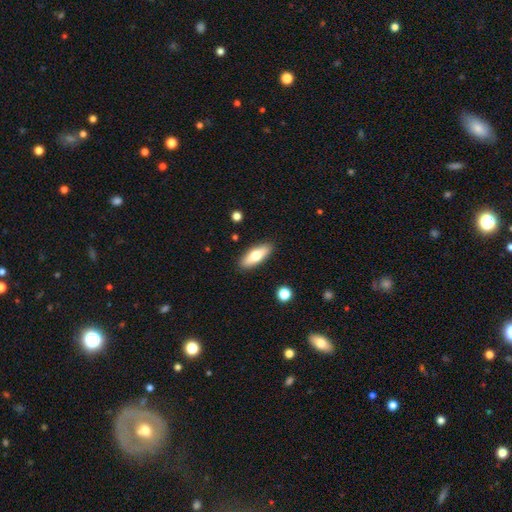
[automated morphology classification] A smooth galaxy with no disk features (66%) that is in between round and cigar-shaped (66%).

Vote fractions:
- Smooth or featured? smooth: 66% / featured or disk: 28% / star or artifact: 6%
- How rounded? in between: 66% / cigar-shaped: 32% / round: 3%
- Merging? none: 89% / minor disturbance: 8% / major disturbance: 2% / merger: 1%